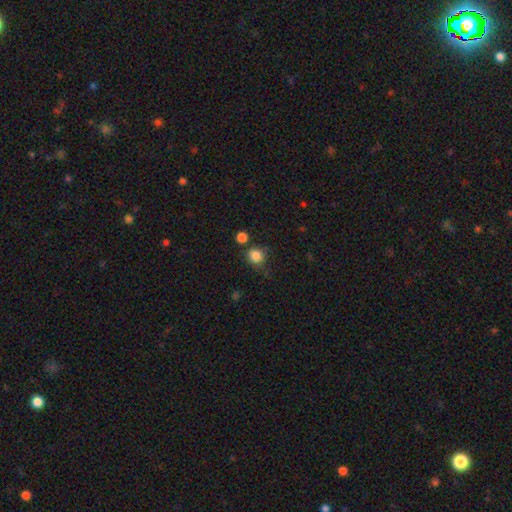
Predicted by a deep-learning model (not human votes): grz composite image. It shows a smooth galaxy with no disk features (85%) that is round (87%). Merging: none (76%).